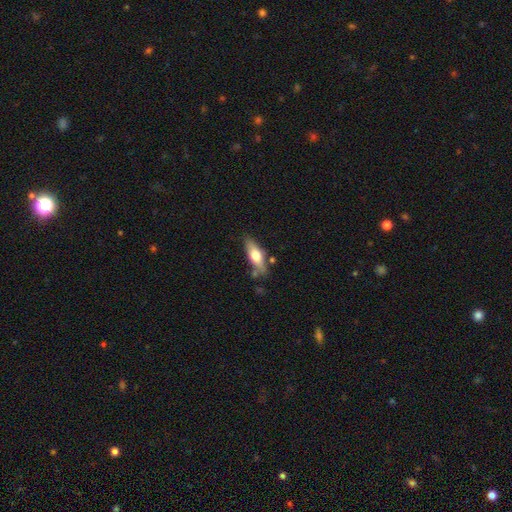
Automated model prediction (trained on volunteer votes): A smooth galaxy with no disk features (57%) that is in between round and cigar-shaped (58%). Merging: none (71%).